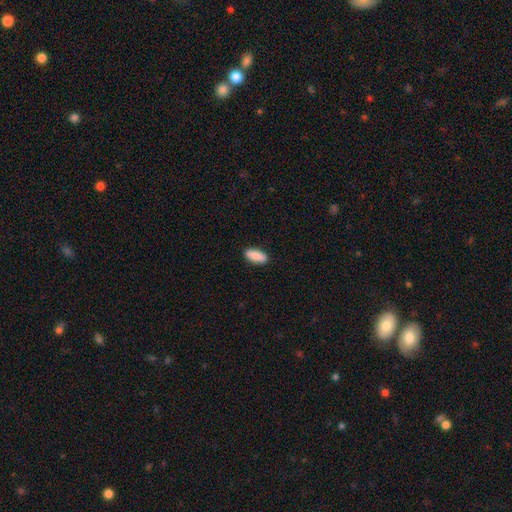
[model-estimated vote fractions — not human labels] Smooth or featured: smooth — 88% (star or artifact — 6%)
How rounded: in between — 81% (cigar-shaped — 16%)
Merging: none — 90% (minor disturbance — 7%)